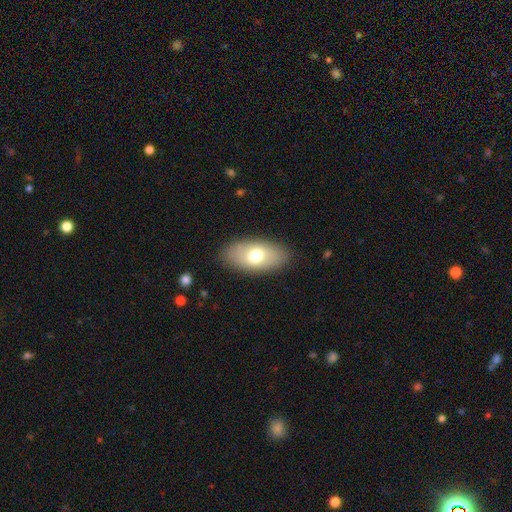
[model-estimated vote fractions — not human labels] Overall: smooth (69%). How rounded: in between (92%). Merging: none (86%).